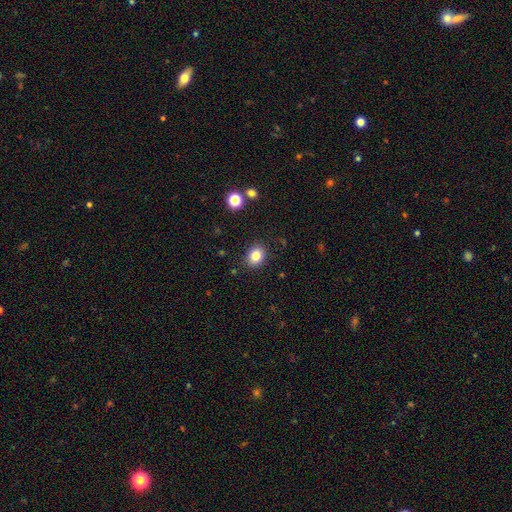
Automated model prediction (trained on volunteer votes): Smooth or featured? smooth (83%)
How rounded? in between (54%)
Merging? none (87%)